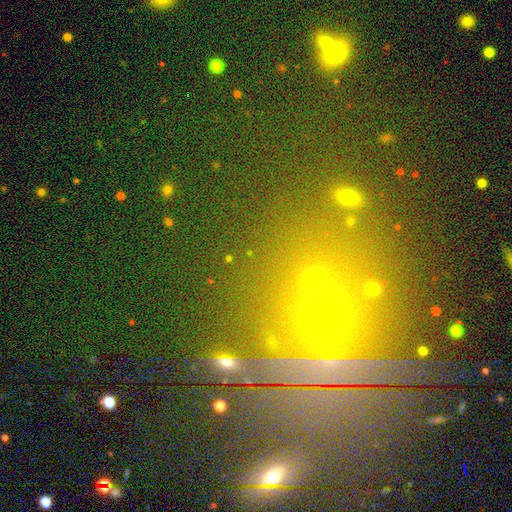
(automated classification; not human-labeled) smooth_or_featured: star or artifact (p=0.64) [alt: smooth p=0.26]